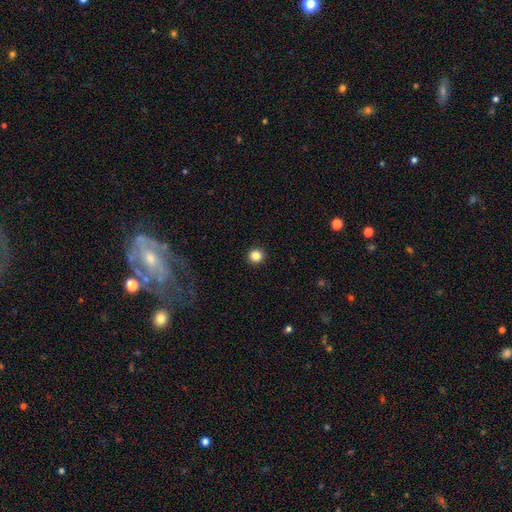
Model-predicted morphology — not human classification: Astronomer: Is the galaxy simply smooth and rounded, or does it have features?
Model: smooth — 85%.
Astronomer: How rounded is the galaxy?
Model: round — 95%.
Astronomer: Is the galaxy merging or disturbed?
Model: none — 94%.